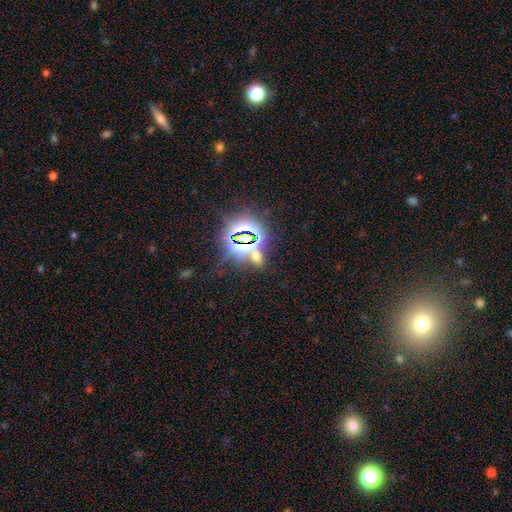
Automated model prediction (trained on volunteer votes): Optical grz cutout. It shows a star or artifact, not a galaxy (64%).